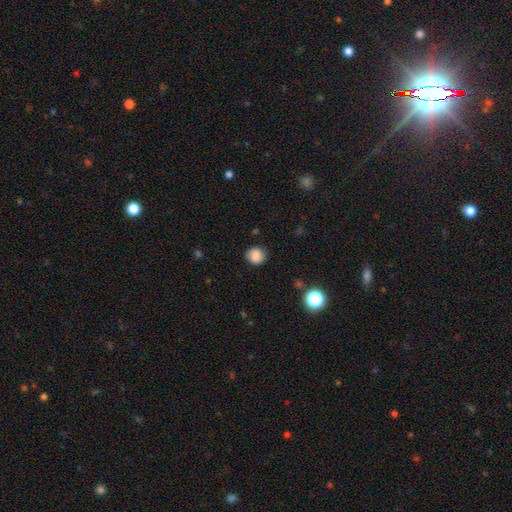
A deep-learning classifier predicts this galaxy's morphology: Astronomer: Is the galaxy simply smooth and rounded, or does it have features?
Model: smooth — 84%.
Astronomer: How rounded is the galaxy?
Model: round — 87%.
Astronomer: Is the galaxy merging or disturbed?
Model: none — 83%.